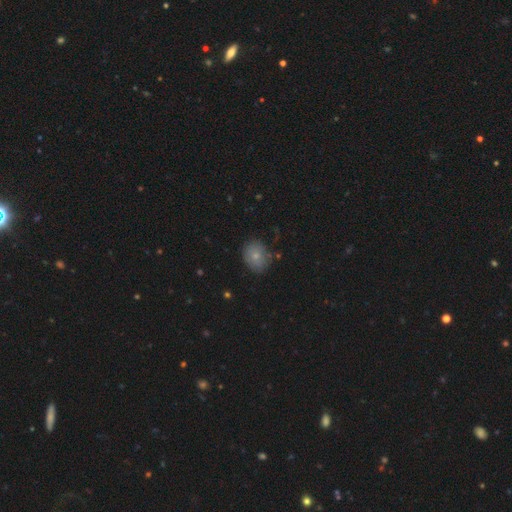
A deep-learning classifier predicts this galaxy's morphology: smooth-or-featured: smooth: 76% | featured or disk: 14% | star or artifact: 9%
  how-rounded: round: 53% | in between: 46% | cigar-shaped: 1%
  merging: none: 79% | minor disturbance: 15% | major disturbance: 3% | merger: 2%